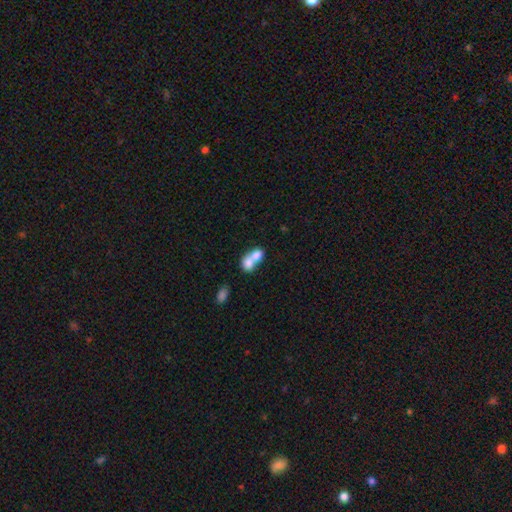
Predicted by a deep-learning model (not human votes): Morphology: type=smooth (73%); roundness=in between (56%); merging=merger (76%).